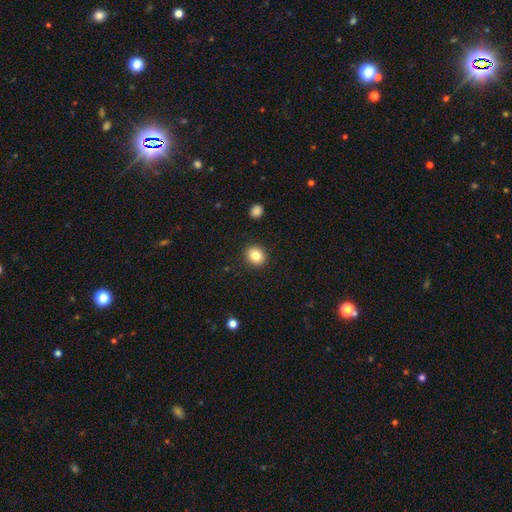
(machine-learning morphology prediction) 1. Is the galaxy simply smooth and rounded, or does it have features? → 84% smooth, 9% star or artifact, 6% featured or disk.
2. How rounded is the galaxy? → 71% round, 28% in between, 1% cigar-shaped.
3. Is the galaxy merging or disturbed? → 91% none, 6% minor disturbance, 2% major disturbance, 1% merger.